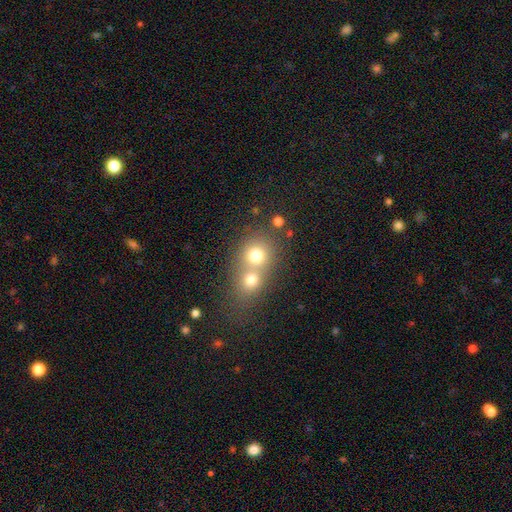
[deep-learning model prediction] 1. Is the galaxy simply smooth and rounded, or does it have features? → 73% smooth, 14% featured or disk, 14% star or artifact.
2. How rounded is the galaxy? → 79% round, 20% in between, 1% cigar-shaped.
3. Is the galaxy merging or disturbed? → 58% merger, 34% none, 5% minor disturbance, 3% major disturbance.